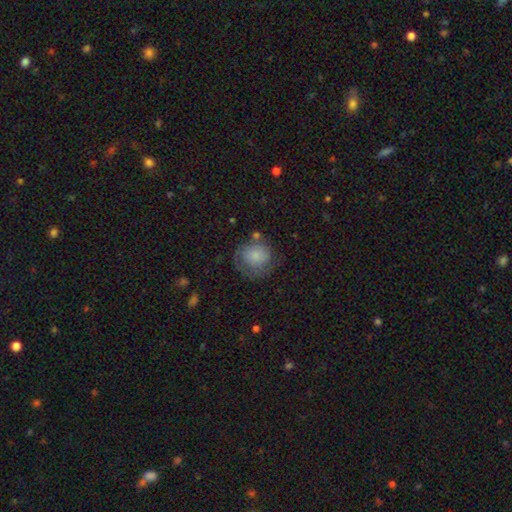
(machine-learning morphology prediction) Overall: smooth (65%; featured or disk 27%). How rounded: round (84%). Merging: none (53%; minor disturbance 25%).